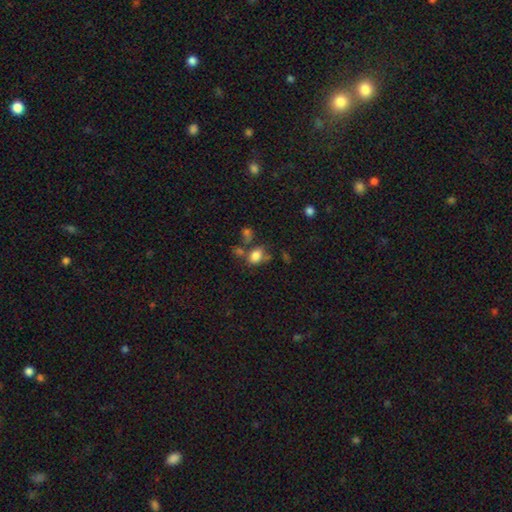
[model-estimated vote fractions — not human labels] Smooth or featured?
  - smooth: 78% *
  - star or artifact: 12%
  - featured or disk: 10%
How rounded?
  - in between: 71% *
  - round: 28%
  - cigar-shaped: 1%
Merging?
  - none: 47% *
  - merger: 23%
  - minor disturbance: 19%
  - major disturbance: 11%